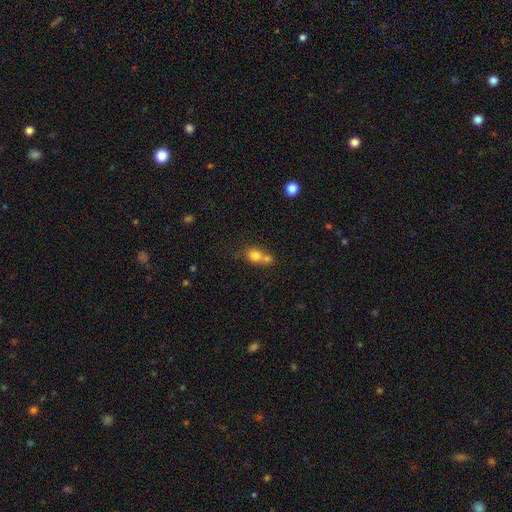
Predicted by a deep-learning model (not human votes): Overall: smooth (77%). How rounded: round (60%; in between 38%). Merging: merger (57%; none 31%).